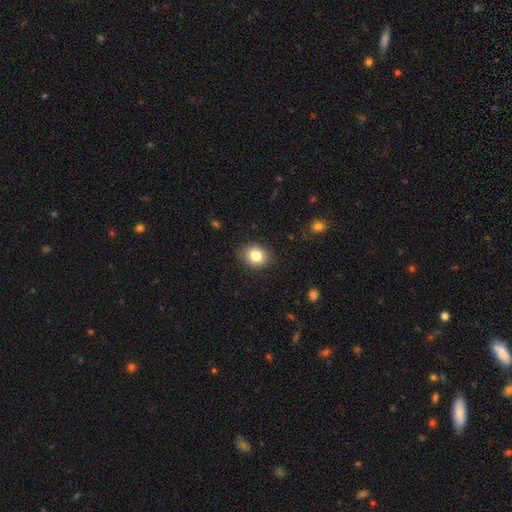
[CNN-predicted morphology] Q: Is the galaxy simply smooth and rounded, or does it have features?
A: smooth — 82%.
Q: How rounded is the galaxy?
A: round — 66%.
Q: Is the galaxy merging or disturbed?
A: none — 84%.